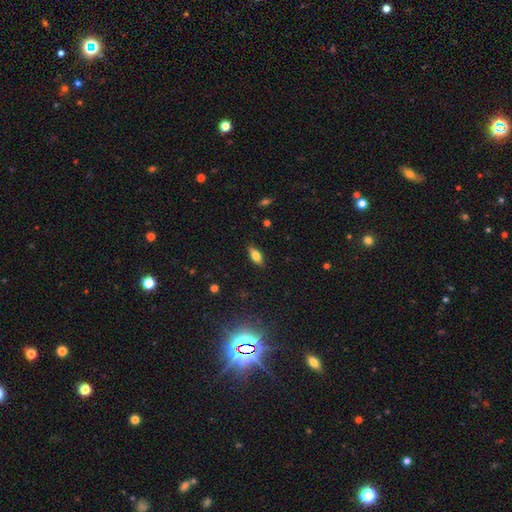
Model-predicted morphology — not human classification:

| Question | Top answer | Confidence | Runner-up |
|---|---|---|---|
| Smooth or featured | smooth | 62% | featured or disk (29%) |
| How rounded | in between | 76% | cigar-shaped (21%) |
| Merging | none | 87% | minor disturbance (10%) |